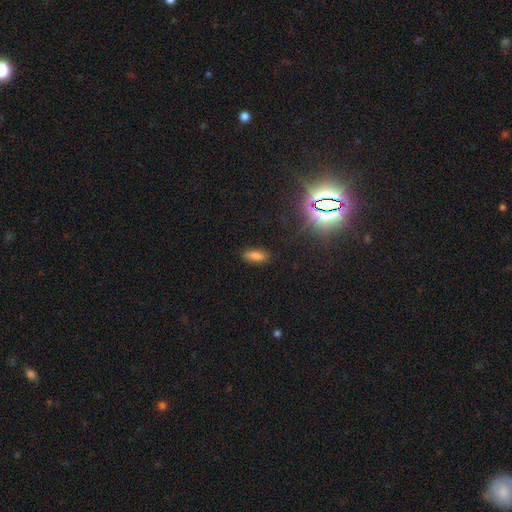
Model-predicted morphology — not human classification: smooth_or_featured: smooth (p=0.77) [alt: star or artifact p=0.15]
how_rounded: in between (p=0.69) [alt: cigar-shaped p=0.28]
merging: none (p=0.85) [alt: minor disturbance p=0.11]